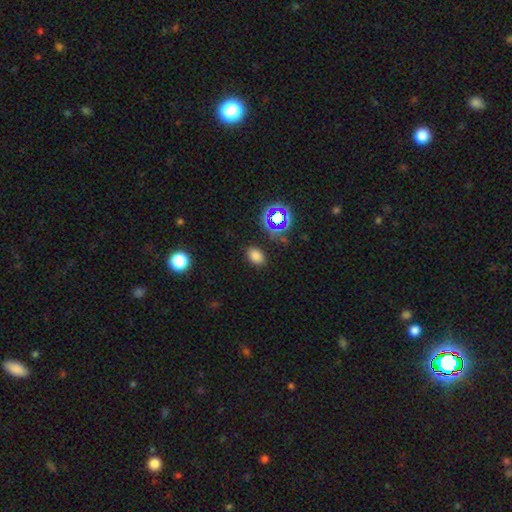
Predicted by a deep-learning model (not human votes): Smooth or featured? Predicted: smooth (p=0.74). How rounded? Predicted: in between (p=0.82). Merging? Predicted: none (p=0.83).